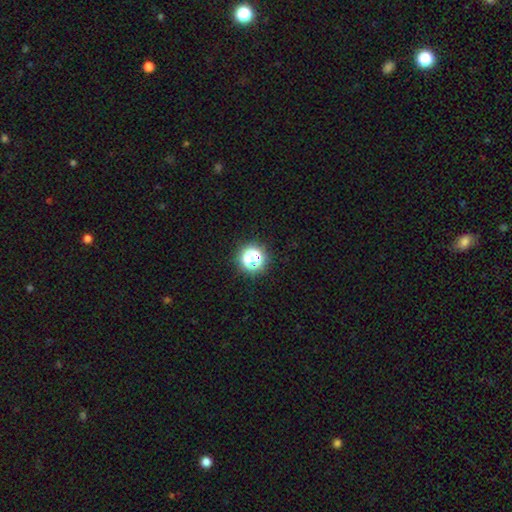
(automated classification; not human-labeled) Overall: star or artifact (51%; smooth 40%).